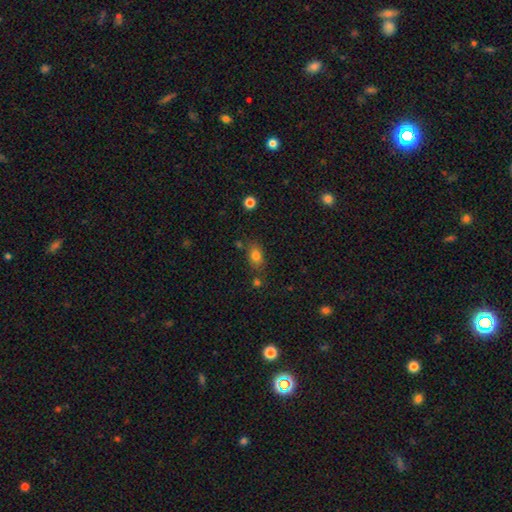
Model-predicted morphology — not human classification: Q: Smooth or featured?
A: smooth (79%); runner-up: star or artifact (12%)
Q: How rounded?
A: in between (78%); runner-up: round (19%)
Q: Merging?
A: none (70%); runner-up: minor disturbance (16%)